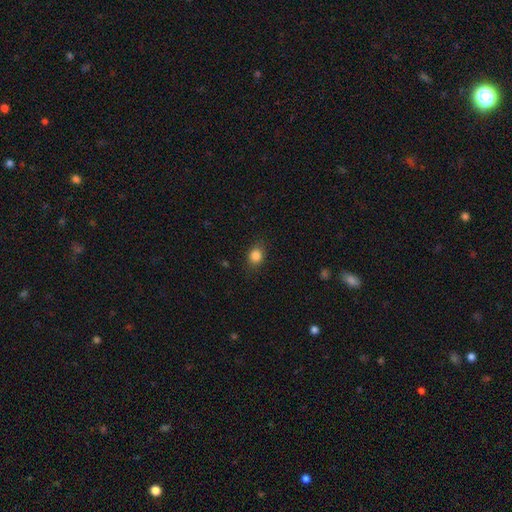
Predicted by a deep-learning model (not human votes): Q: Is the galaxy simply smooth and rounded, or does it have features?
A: smooth — 85%.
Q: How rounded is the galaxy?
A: round — 59%.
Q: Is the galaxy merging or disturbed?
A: none — 85%.